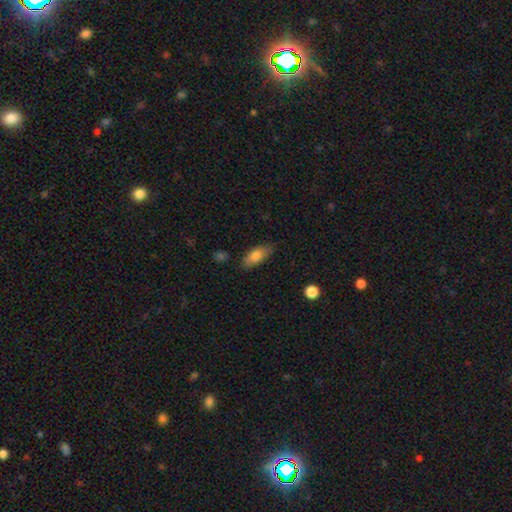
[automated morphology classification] A smooth galaxy with no disk features (78%) that is in between round and cigar-shaped (80%). Merging: none (79%).